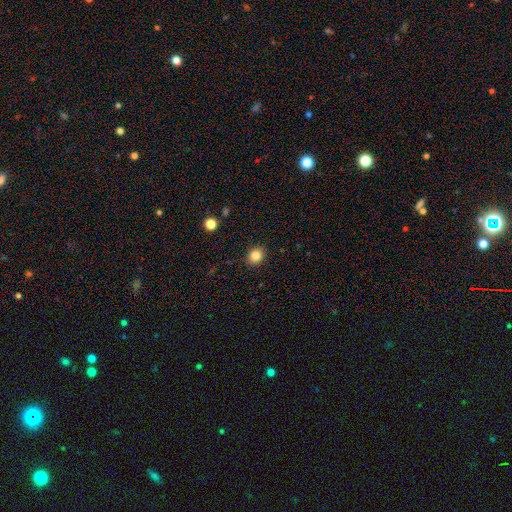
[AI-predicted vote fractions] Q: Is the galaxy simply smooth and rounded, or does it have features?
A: smooth — 84%.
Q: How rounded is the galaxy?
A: round — 70%.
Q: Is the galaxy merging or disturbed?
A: none — 90%.